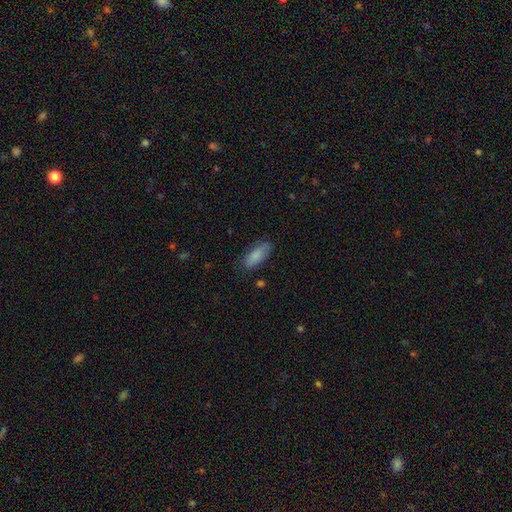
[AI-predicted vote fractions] Smooth or featured?
  - smooth: 85% *
  - featured or disk: 9%
  - star or artifact: 6%
How rounded?
  - in between: 77% *
  - cigar-shaped: 21%
  - round: 2%
Merging?
  - none: 78% *
  - minor disturbance: 17%
  - major disturbance: 4%
  - merger: 2%